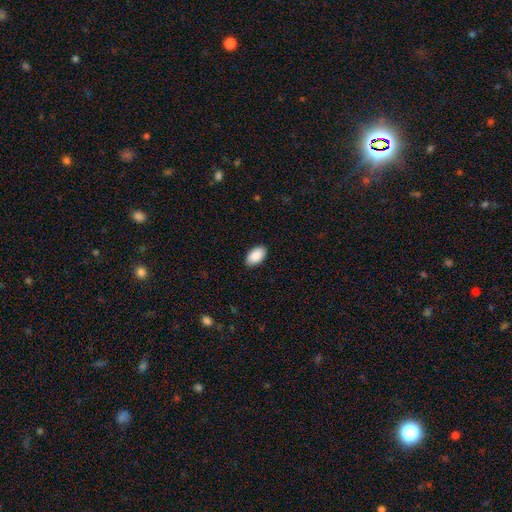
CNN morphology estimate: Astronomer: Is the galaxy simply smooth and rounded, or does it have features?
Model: smooth — 91%.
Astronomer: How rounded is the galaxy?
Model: in between — 95%.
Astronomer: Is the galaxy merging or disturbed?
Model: none — 88%.